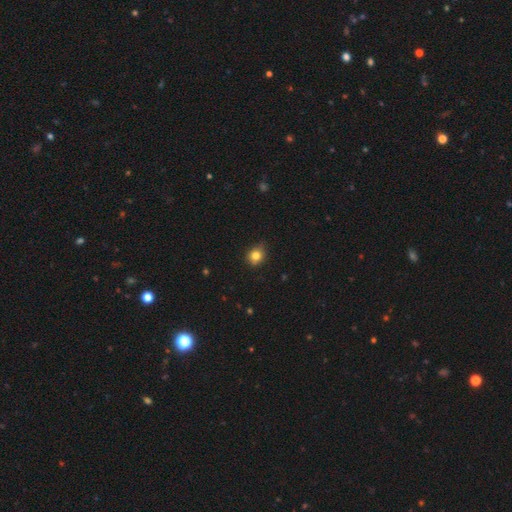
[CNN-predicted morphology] This appears to be a smooth galaxy with no disk features (81%) that is round (69%). Merging: none (72%).